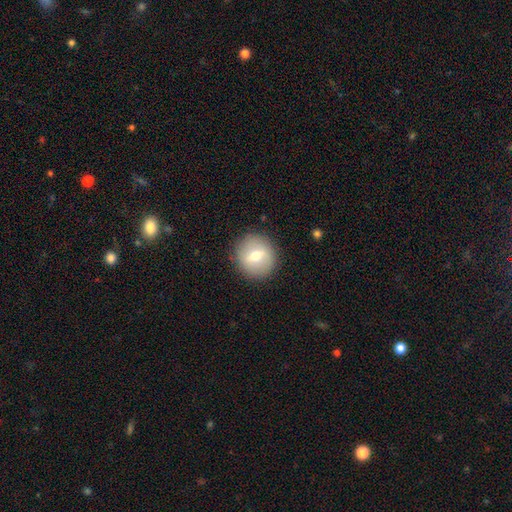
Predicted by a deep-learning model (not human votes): Q: Smooth or featured?
A: smooth (62%); runner-up: featured or disk (30%)
Q: How rounded?
A: round (89%); runner-up: in between (10%)
Q: Merging?
A: none (89%); runner-up: minor disturbance (8%)